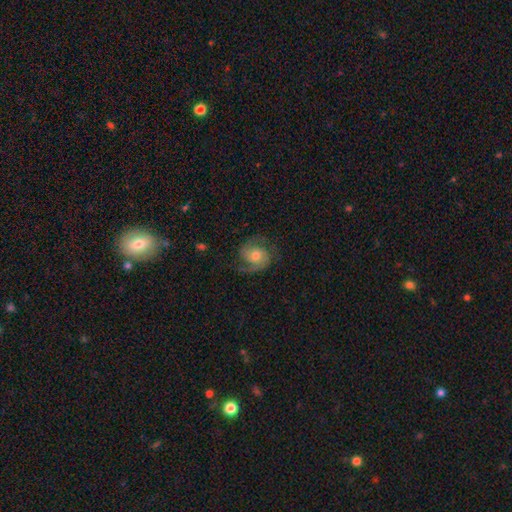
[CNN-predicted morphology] Smooth or featured? featured or disk (80%)
Edge-on disk? no (98%)
Bar? no (66%)
Spiral arms? yes (96%)
Spiral winding? medium (51%)
Spiral arm count? 2 (84%)
Bulge size? moderate (65%)
Merging? none (72%)